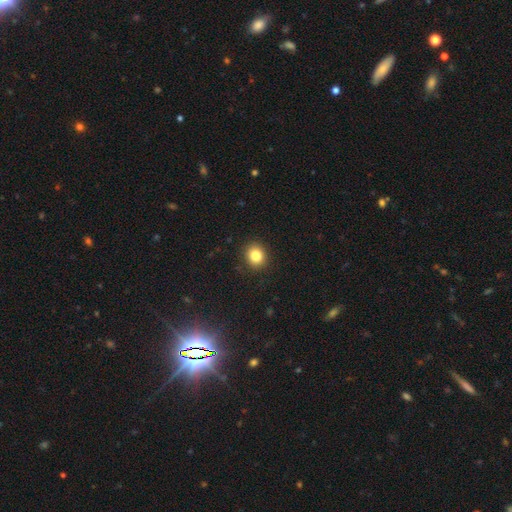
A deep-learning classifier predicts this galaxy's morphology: smooth 83%, star or artifact 11%, featured or disk 6%. Down the decision tree: how rounded — round (79%); merging — none (91%).